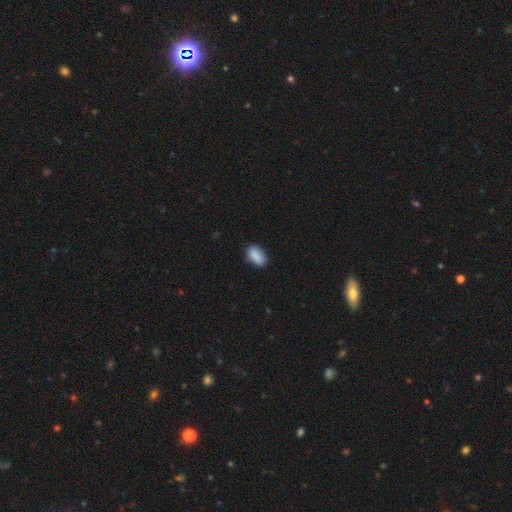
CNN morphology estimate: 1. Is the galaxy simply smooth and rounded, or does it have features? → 89% smooth, 7% star or artifact, 3% featured or disk.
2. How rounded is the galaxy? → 91% in between, 7% round, 3% cigar-shaped.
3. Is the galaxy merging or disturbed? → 82% none, 14% minor disturbance, 2% major disturbance, 1% merger.